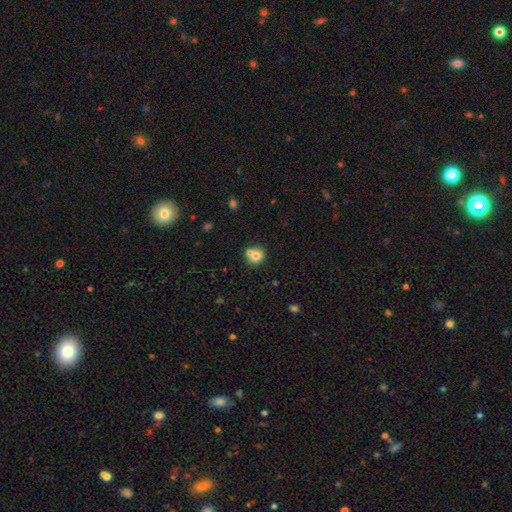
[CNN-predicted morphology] Smooth or featured?
  - smooth: 75% *
  - featured or disk: 13%
  - star or artifact: 12%
How rounded?
  - round: 83% *
  - in between: 16%
  - cigar-shaped: 1%
Merging?
  - none: 51% *
  - merger: 38%
  - minor disturbance: 8%
  - major disturbance: 3%